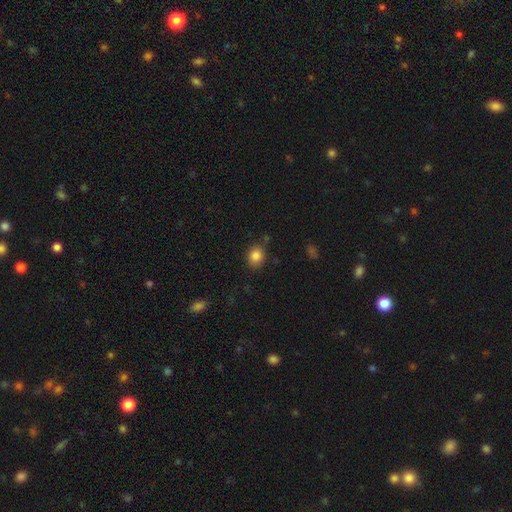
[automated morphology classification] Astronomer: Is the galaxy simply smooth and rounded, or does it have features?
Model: smooth — 84%.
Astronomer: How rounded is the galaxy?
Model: round — 62% (runner-up: in between, 37%).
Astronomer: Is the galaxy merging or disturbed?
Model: none — 82%.